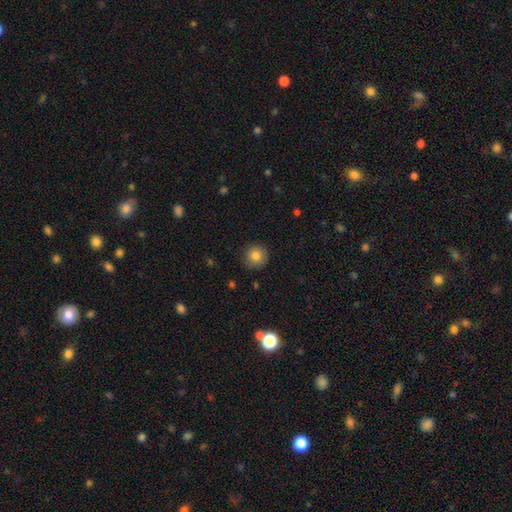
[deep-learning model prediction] Smooth or featured?
  - smooth: 82% *
  - star or artifact: 10%
  - featured or disk: 8%
How rounded?
  - round: 94% *
  - in between: 5%
  - cigar-shaped: 1%
Merging?
  - none: 88% *
  - minor disturbance: 9%
  - major disturbance: 2%
  - merger: 1%